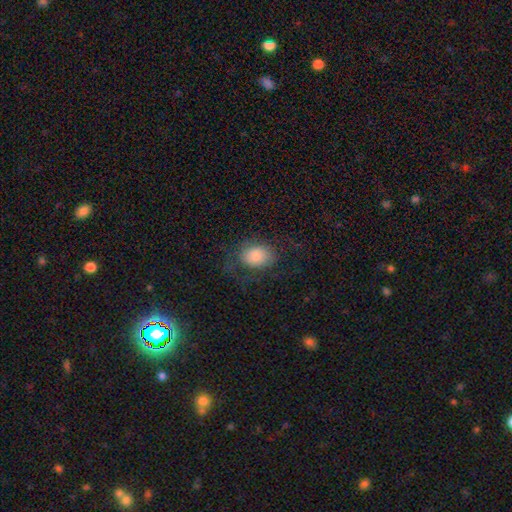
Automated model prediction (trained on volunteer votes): Smooth or featured? Predicted: smooth (p=0.74). How rounded? Predicted: in between (p=0.69). Merging? Predicted: none (p=0.58).